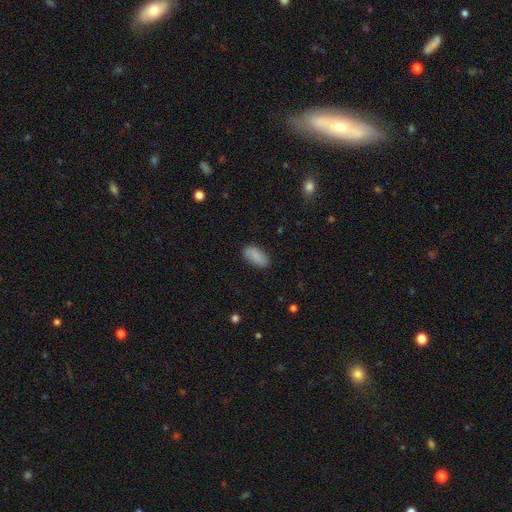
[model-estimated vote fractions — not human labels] Morphology: type=smooth (81%); roundness=in between (92%); merging=none (79%).